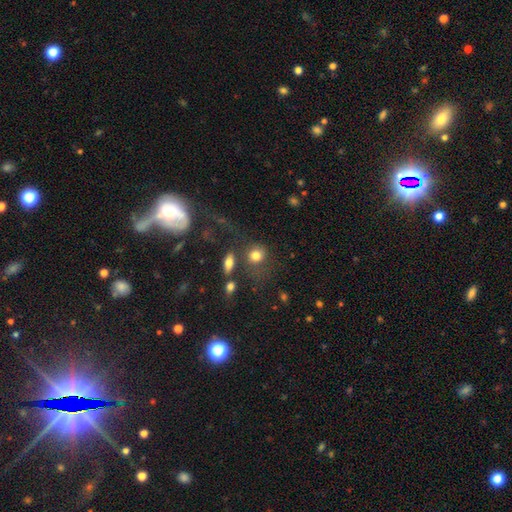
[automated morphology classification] smooth_or_featured: smooth (p=0.78) [alt: featured or disk p=0.11]
how_rounded: round (p=0.73) [alt: in between p=0.25]
merging: none (p=0.55) [alt: minor disturbance p=0.15]